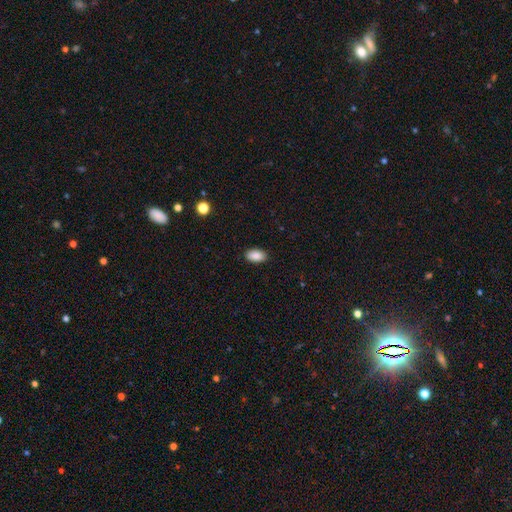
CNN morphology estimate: A smooth galaxy with no disk features (89%) that is in between round and cigar-shaped (94%).

Vote fractions:
- Smooth or featured? smooth: 89% / star or artifact: 7% / featured or disk: 3%
- How rounded? in between: 94% / round: 4% / cigar-shaped: 2%
- Merging? none: 89% / minor disturbance: 8% / major disturbance: 2% / merger: 1%